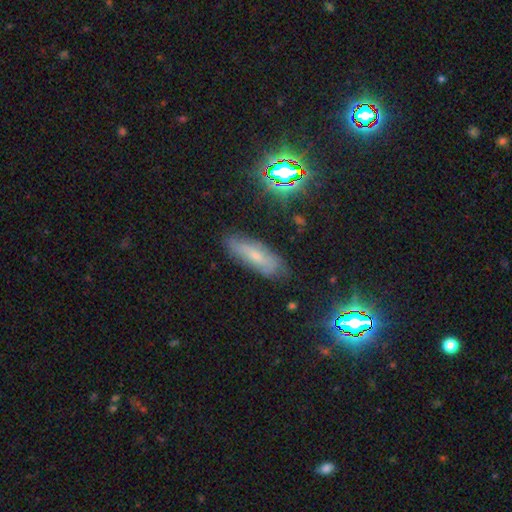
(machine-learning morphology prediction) This is possibly a smooth galaxy (50%). How rounded: possibly in between (55%). Merging: likely none (77%).